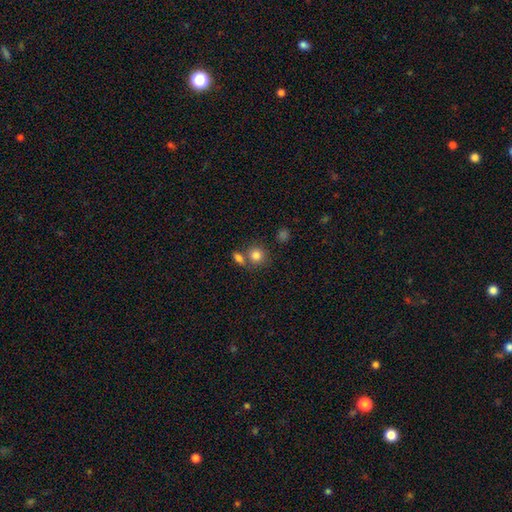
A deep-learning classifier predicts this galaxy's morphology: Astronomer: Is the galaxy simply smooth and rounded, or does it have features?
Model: smooth — 82%.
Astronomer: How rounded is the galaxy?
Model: round — 79%.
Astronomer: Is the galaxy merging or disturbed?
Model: none — 56%.